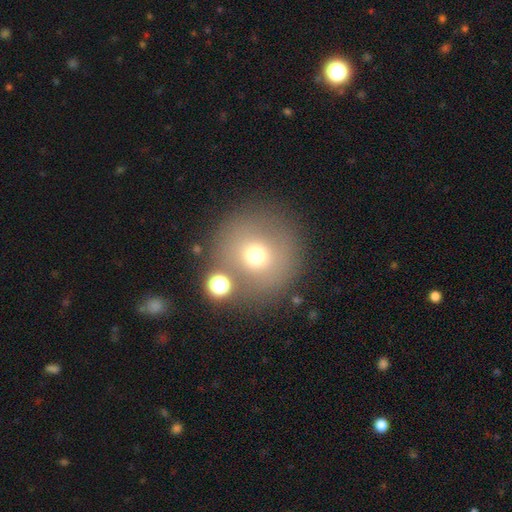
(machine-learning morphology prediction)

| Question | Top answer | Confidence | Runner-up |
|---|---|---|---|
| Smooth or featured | smooth | 67% | star or artifact (17%) |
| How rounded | round | 92% | in between (7%) |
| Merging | none | 77% | minor disturbance (10%) |